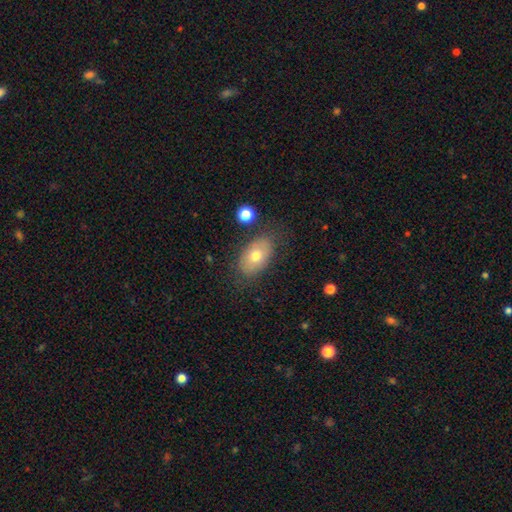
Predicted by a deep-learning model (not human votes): Morphology: type=smooth (64%); roundness=in between (88%); merging=none (77%).